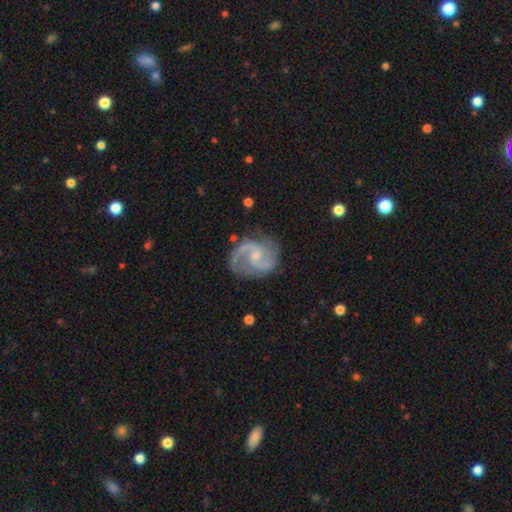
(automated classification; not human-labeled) Overall: featured or disk (91%). Edge-on disk: no (98%). Bar: weak (49%; no 42%). Spiral arms: yes (98%). Spiral arm count: 2 (92%). Spiral winding: medium (61%). Bulge size: small (54%; moderate 32%). Merging: none (77%).